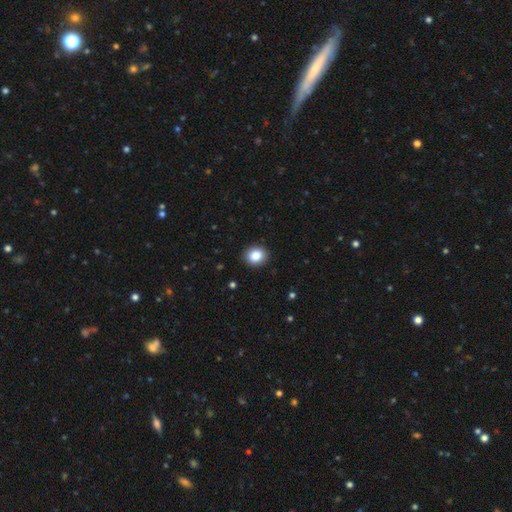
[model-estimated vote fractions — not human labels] Smooth or featured?
  - smooth: 87% *
  - star or artifact: 9%
  - featured or disk: 4%
How rounded?
  - round: 74% *
  - in between: 25%
  - cigar-shaped: 1%
Merging?
  - none: 90% *
  - minor disturbance: 7%
  - major disturbance: 2%
  - merger: 1%